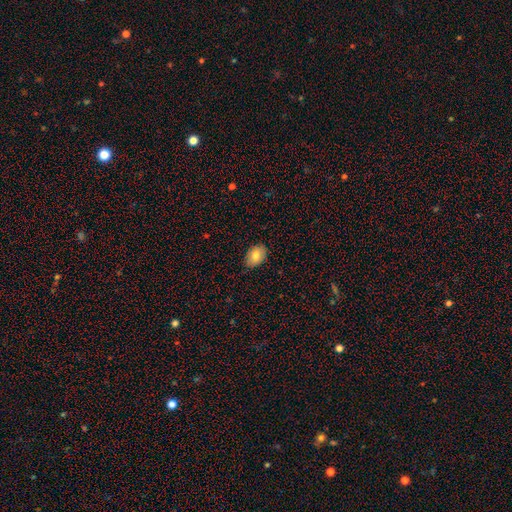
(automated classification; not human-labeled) smooth_or_featured: smooth (p=0.79) [alt: featured or disk p=0.13]
how_rounded: in between (p=0.84) [alt: round p=0.15]
merging: none (p=0.83) [alt: minor disturbance p=0.14]